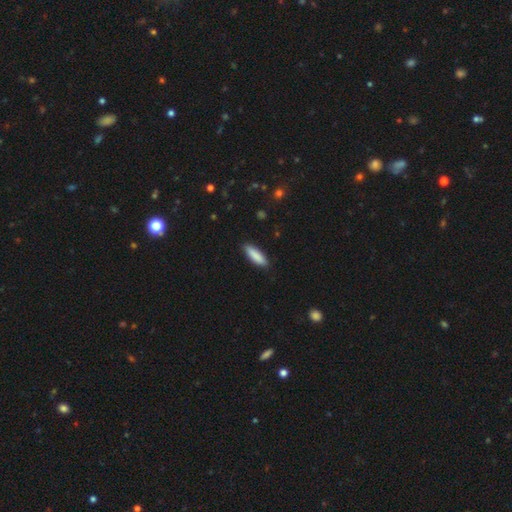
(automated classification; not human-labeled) smooth 88%, featured or disk 7%, star or artifact 6%. Down the decision tree: how rounded — cigar-shaped (56%); merging — none (89%).